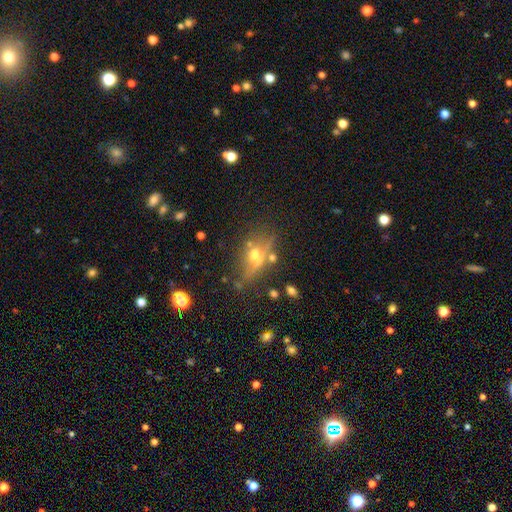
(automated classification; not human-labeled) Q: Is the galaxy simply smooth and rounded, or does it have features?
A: featured or disk — 48%.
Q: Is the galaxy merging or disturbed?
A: none — 57%.